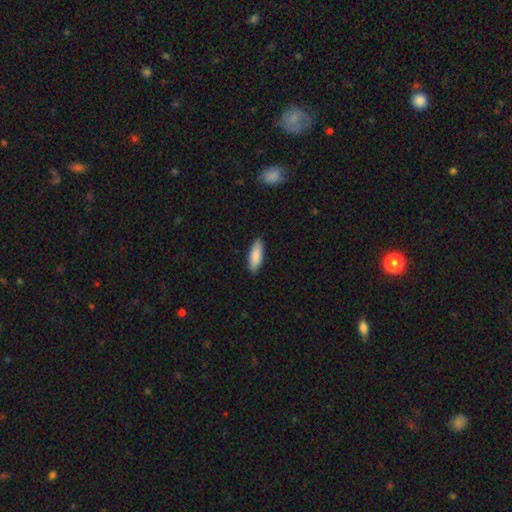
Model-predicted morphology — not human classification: Overall: smooth (89%). How rounded: in between (66%; cigar-shaped 33%). Merging: none (88%).